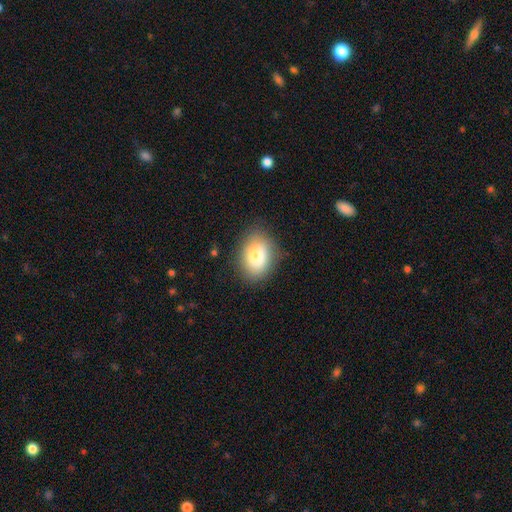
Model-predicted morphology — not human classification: Smooth or featured? Predicted: smooth (p=0.81). How rounded? Predicted: in between (p=0.73). Merging? Predicted: none (p=0.82).